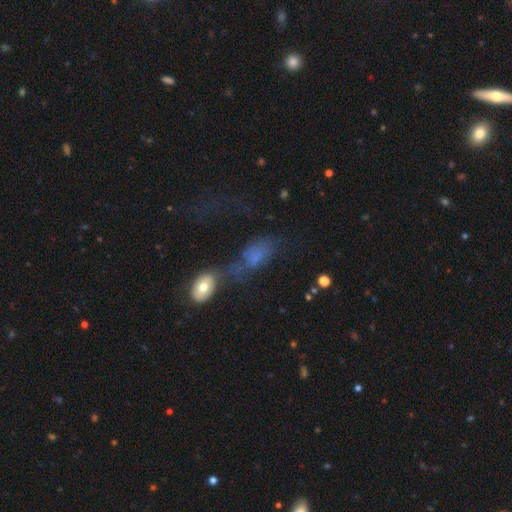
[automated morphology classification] Smooth or featured: smooth — 58% (featured or disk — 27%)
How rounded: in between — 85% (round — 9%)
Merging: merger — 41% (major disturbance — 29%)